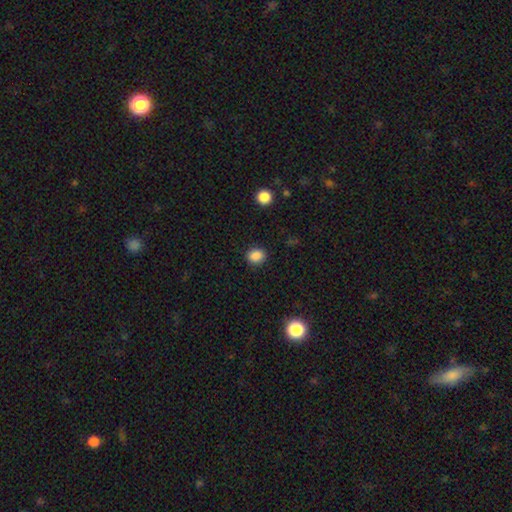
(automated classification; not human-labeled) smooth 87%, star or artifact 10%, featured or disk 3%. Down the decision tree: how rounded — round (64%); merging — none (88%).